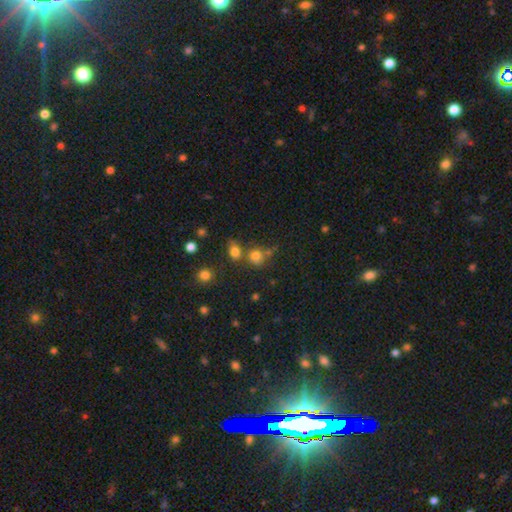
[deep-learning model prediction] smooth-or-featured: smooth: 75% | star or artifact: 16% | featured or disk: 9%
  how-rounded: round: 77% | in between: 22% | cigar-shaped: 1%
  merging: none: 53% | merger: 28% | minor disturbance: 13% | major disturbance: 6%